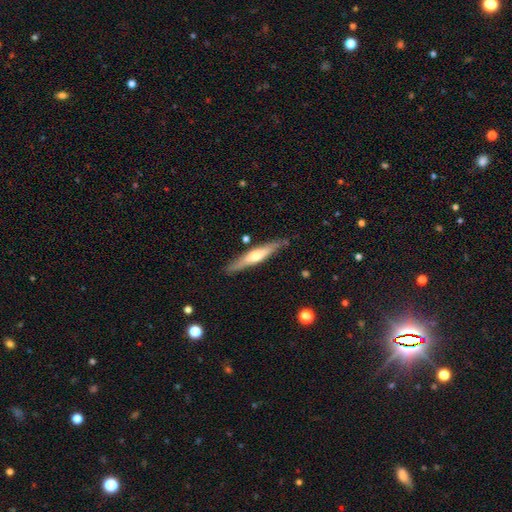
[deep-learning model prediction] A featured or disk galaxy (53%) viewed edge-on (93%).

Vote fractions:
- Smooth or featured? featured or disk: 53% / smooth: 42% / star or artifact: 5%
- Edge-on disk? yes: 93% / no: 7%
- Merging? none: 84% / minor disturbance: 11% / merger: 2% / major disturbance: 2%